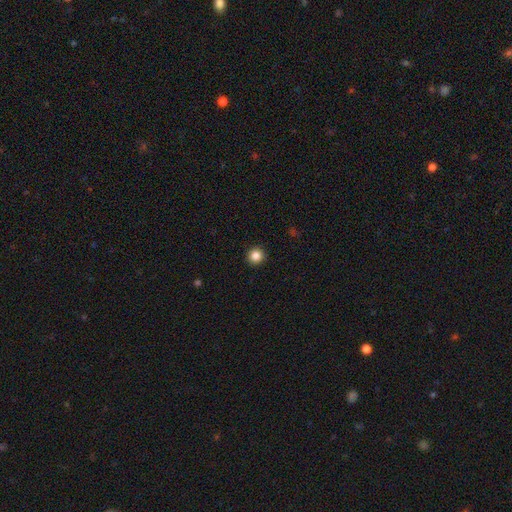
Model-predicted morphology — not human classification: smooth 86%, star or artifact 11%, featured or disk 4%. Down the decision tree: how rounded — round (95%); merging — none (93%).